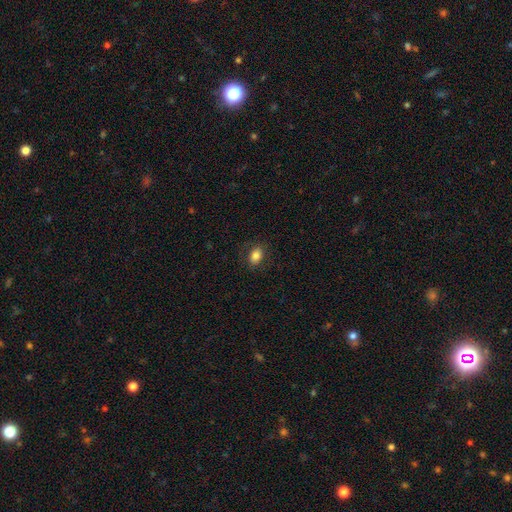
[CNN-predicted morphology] Smooth or featured?
  - smooth: 82% *
  - featured or disk: 10%
  - star or artifact: 9%
How rounded?
  - in between: 83% *
  - round: 16%
  - cigar-shaped: 2%
Merging?
  - none: 83% *
  - minor disturbance: 12%
  - major disturbance: 4%
  - merger: 1%